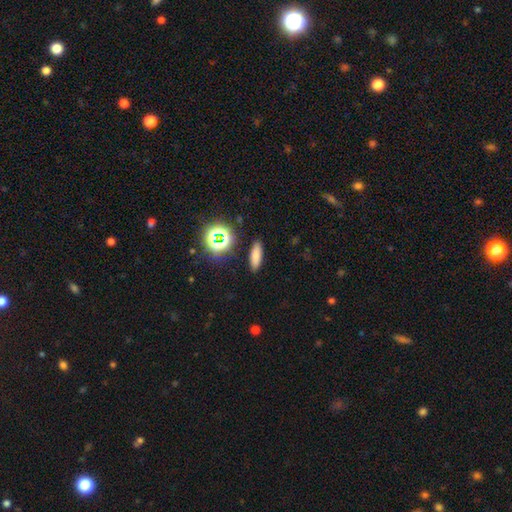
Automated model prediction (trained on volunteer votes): Smooth or featured: smooth — 74% (star or artifact — 18%)
How rounded: in between — 47% (cigar-shaped — 46%)
Merging: none — 88% (minor disturbance — 8%)